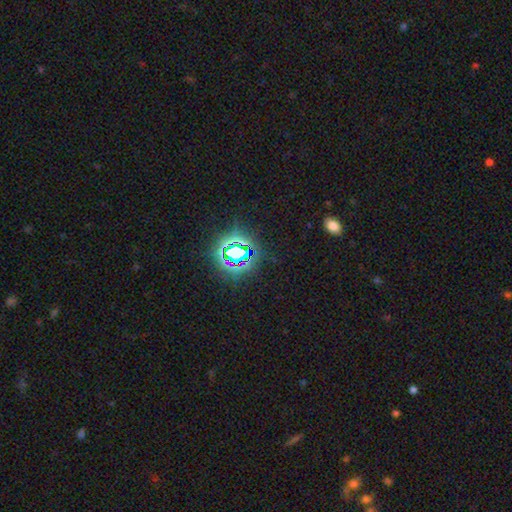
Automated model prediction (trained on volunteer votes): smooth_or_featured: star or artifact (p=0.79) [alt: smooth p=0.13]